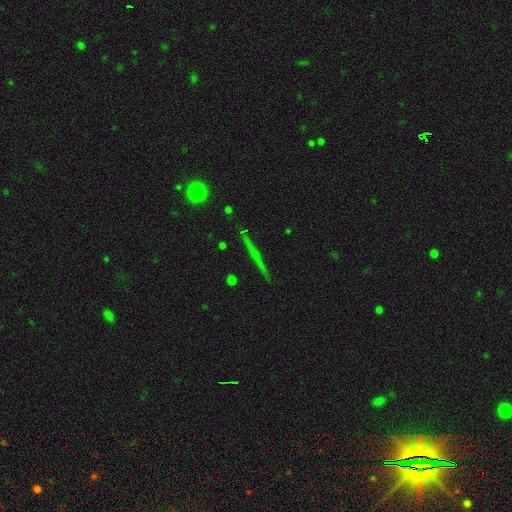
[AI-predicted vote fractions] Overall: featured or disk (59%; smooth 27%). Edge-on disk: yes (97%). Edge-on bulge: none (70%). Merging: none (91%).